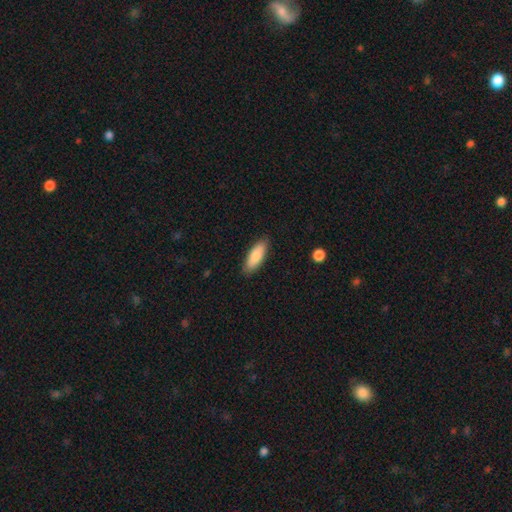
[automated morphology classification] This is clearly a smooth galaxy (82%). How rounded: likely in between (71%). Merging: clearly none (86%).